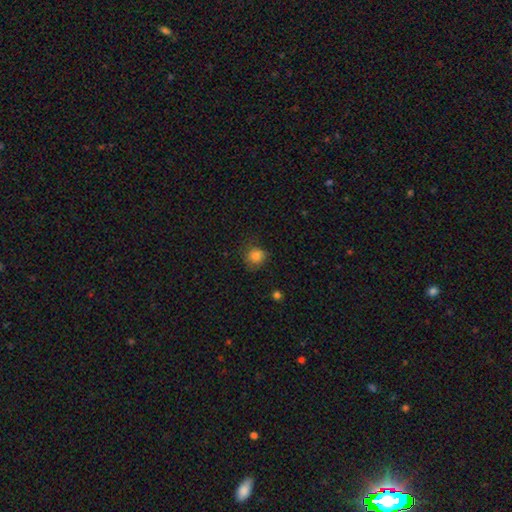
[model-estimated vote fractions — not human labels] The model was most divided on "merging": none: 74%, minor disturbance: 19%, major disturbance: 6%, merger: 1%. More confident: smooth or featured — smooth (84%); how rounded — round (81%).